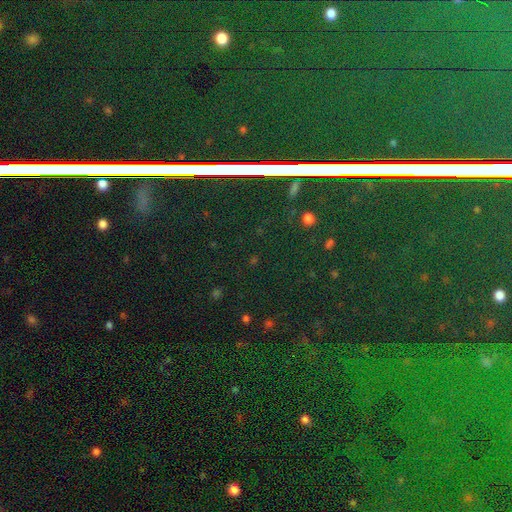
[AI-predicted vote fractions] Morphology: type=star or artifact (81%).